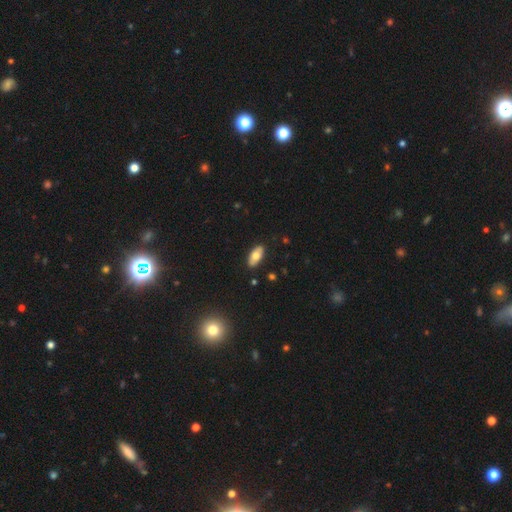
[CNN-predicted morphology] smooth_or_featured: smooth (p=0.71) [alt: featured or disk p=0.22]
how_rounded: in between (p=0.89) [alt: cigar-shaped p=0.09]
merging: none (p=0.87) [alt: minor disturbance p=0.10]